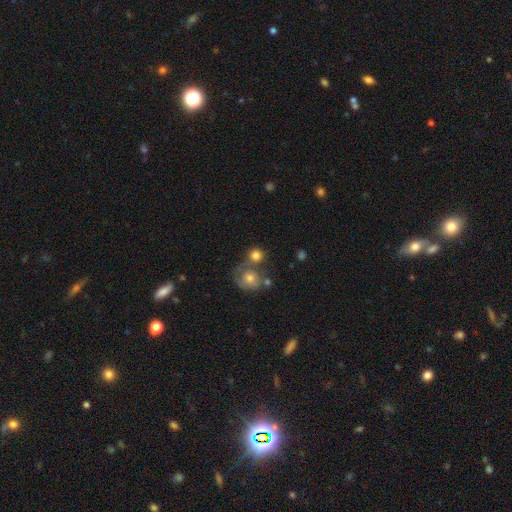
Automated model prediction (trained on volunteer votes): This is likely a smooth galaxy (77%). How rounded: clearly round (85%). Merging: possibly none (48%).